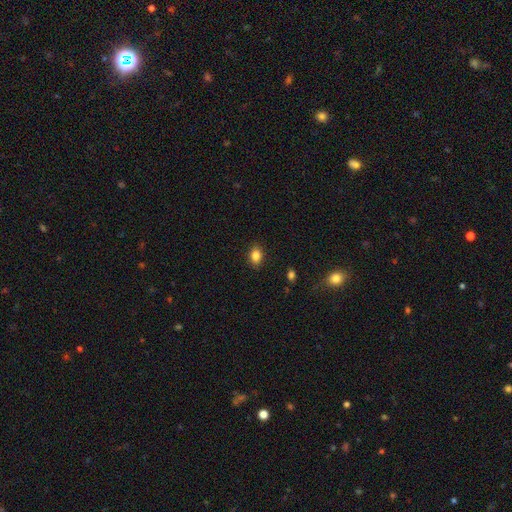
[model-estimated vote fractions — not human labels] Q: Smooth or featured?
A: smooth (84%); runner-up: star or artifact (10%)
Q: How rounded?
A: in between (62%); runner-up: round (37%)
Q: Merging?
A: none (88%); runner-up: minor disturbance (9%)